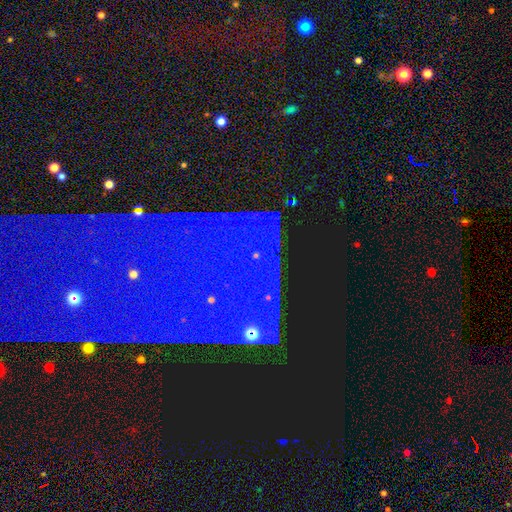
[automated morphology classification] Smooth or featured: star or artifact — 80% (featured or disk — 10%)